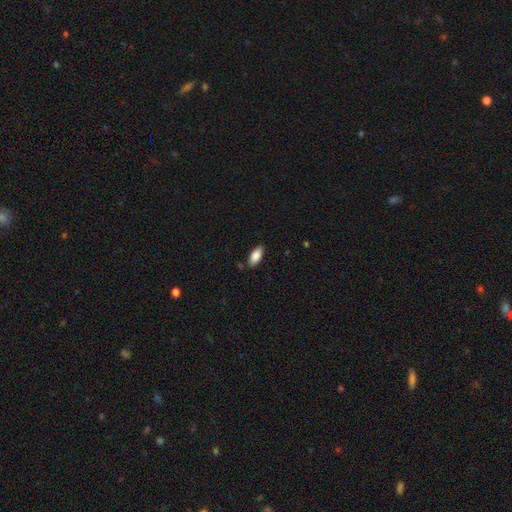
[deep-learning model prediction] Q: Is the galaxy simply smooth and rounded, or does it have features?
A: smooth — 88%.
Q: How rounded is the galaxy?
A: in between — 88%.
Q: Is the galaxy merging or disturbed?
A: none — 85%.